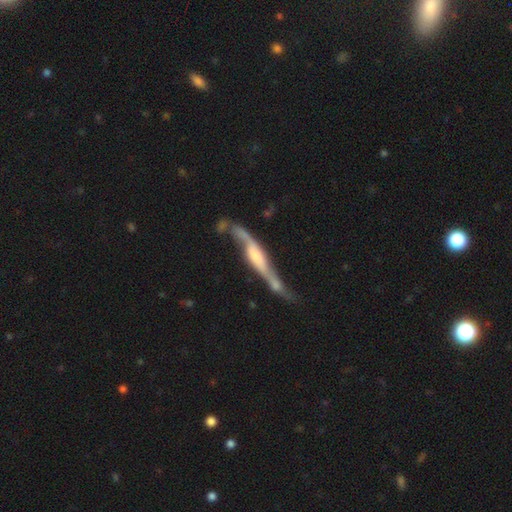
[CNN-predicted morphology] Smooth or featured?
  - featured or disk: 78% *
  - smooth: 17%
  - star or artifact: 6%
Edge-on disk?
  - yes: 59% *
  - no: 41%
Merging?
  - none: 34% *
  - merger: 28%
  - minor disturbance: 20%
  - major disturbance: 19%